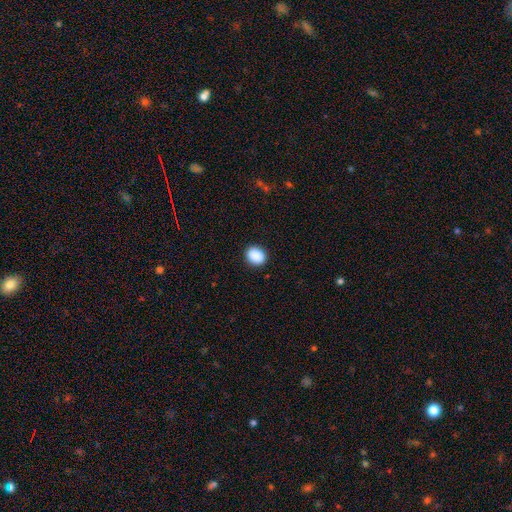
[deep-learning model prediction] Smooth or featured?
  - smooth: 90% *
  - star or artifact: 8%
  - featured or disk: 2%
How rounded?
  - round: 57% *
  - in between: 42%
  - cigar-shaped: 1%
Merging?
  - none: 90% *
  - minor disturbance: 7%
  - major disturbance: 2%
  - merger: 1%